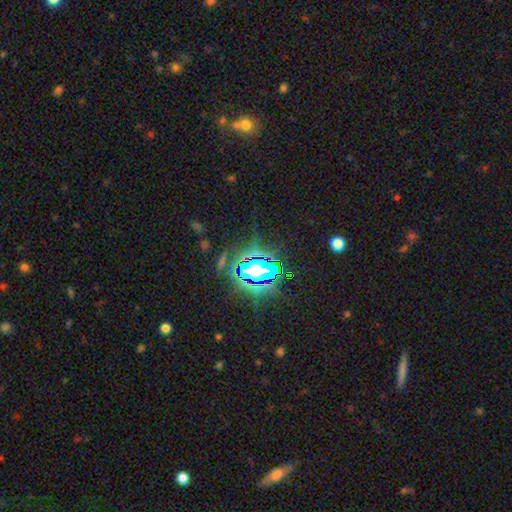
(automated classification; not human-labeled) A star or artifact, not a galaxy (80%).